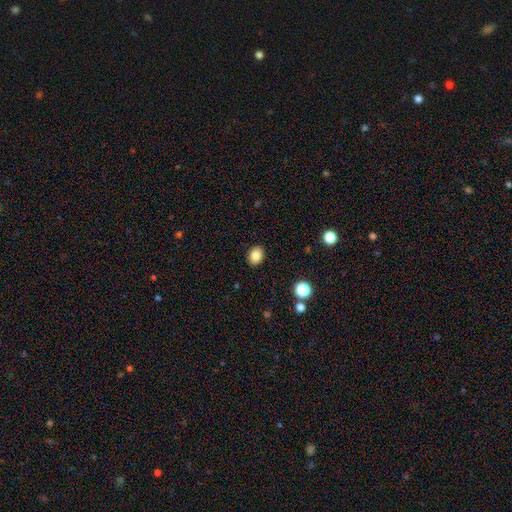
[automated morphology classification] The model was most divided on "how rounded": in between: 55%, round: 44%, cigar-shaped: 1%. More confident: merging — none (90%); smooth or featured — smooth (82%).